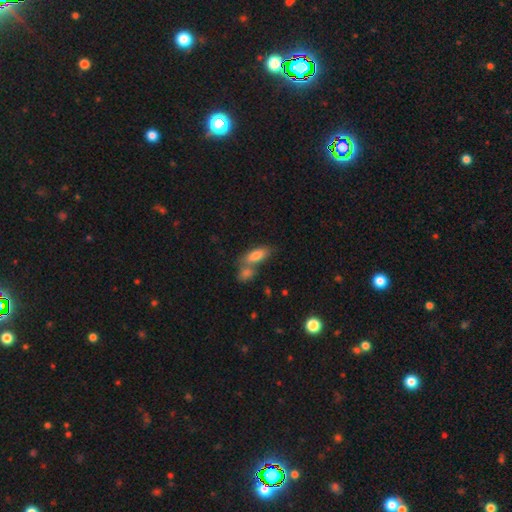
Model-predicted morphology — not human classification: Q: Smooth or featured?
A: smooth (79%); runner-up: featured or disk (14%)
Q: How rounded?
A: in between (76%); runner-up: cigar-shaped (21%)
Q: Merging?
A: none (43%); tied with: merger (43%)